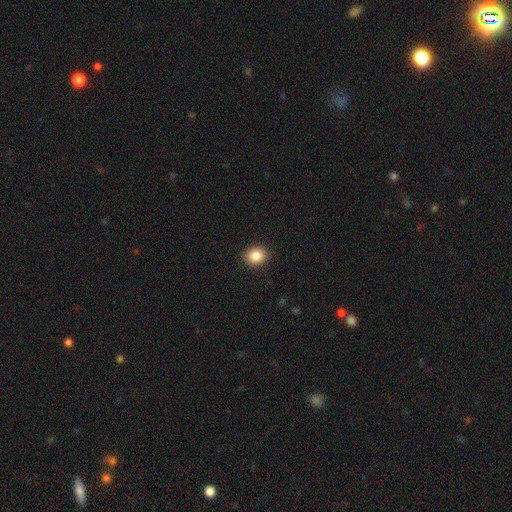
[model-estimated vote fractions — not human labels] Smooth or featured? smooth (86%)
How rounded? round (67%)
Merging? none (91%)